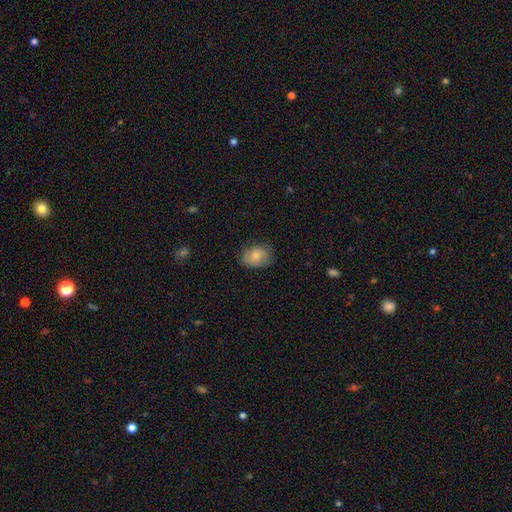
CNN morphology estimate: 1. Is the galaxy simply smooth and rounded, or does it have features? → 79% smooth, 14% featured or disk, 7% star or artifact.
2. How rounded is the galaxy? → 71% in between, 28% round, 1% cigar-shaped.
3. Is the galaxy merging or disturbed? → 74% none, 20% minor disturbance, 5% major disturbance, 1% merger.